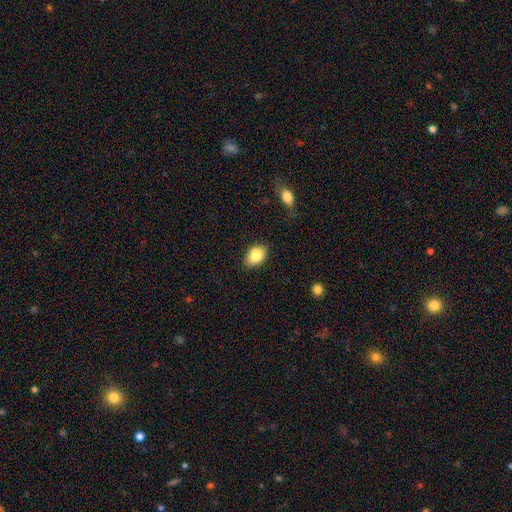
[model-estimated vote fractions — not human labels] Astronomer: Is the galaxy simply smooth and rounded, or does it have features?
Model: smooth — 86%.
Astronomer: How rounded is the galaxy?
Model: in between — 82%.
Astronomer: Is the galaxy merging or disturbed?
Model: none — 81%.